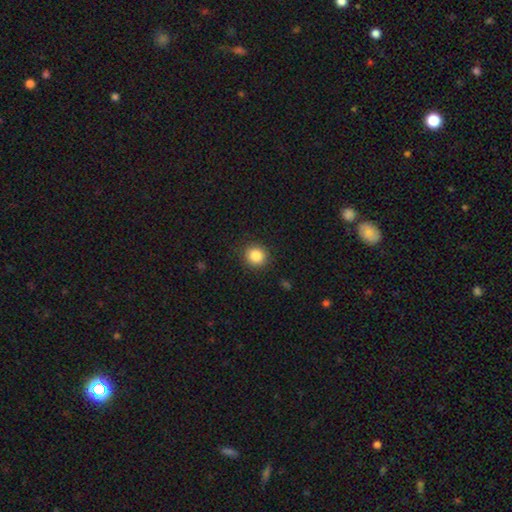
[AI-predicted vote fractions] A smooth galaxy with no disk features (86%) that is round (89%). Merging: none (90%).